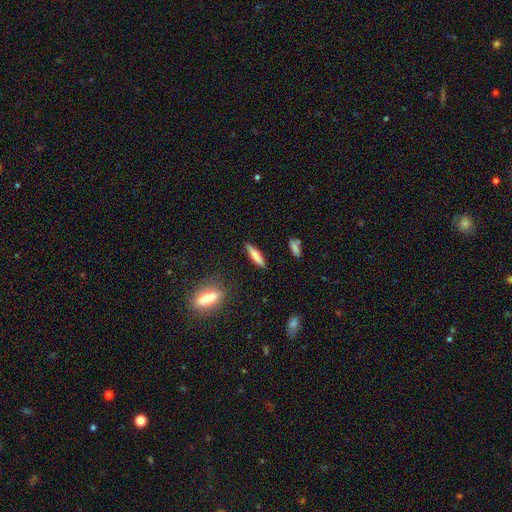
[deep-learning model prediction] Morphology: type=smooth (73%); roundness=cigar-shaped (82%); merging=none (85%).